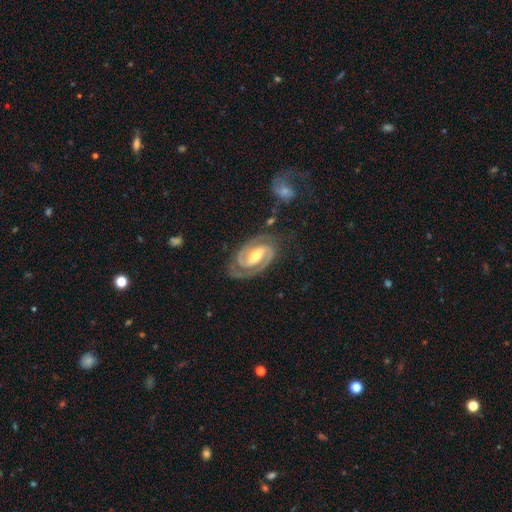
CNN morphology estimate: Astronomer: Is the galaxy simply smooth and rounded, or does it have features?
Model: featured or disk — 93%.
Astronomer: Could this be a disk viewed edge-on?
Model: no — 97%.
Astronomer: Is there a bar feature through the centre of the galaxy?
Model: strong — 47% (runner-up: weak, 36%).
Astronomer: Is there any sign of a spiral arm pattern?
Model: yes — 98%.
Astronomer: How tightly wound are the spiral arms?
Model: tight — 61%.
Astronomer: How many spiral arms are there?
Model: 2 — 93%.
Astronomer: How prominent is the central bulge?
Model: moderate — 65%.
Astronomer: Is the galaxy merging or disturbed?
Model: none — 80%.